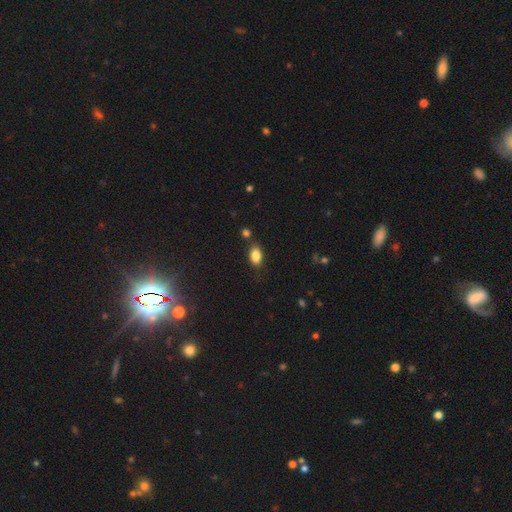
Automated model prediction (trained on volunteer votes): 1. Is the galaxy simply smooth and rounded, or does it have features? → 85% smooth, 9% star or artifact, 6% featured or disk.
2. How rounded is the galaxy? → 89% in between, 8% round, 3% cigar-shaped.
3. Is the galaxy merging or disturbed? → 79% none, 13% minor disturbance, 5% merger, 3% major disturbance.